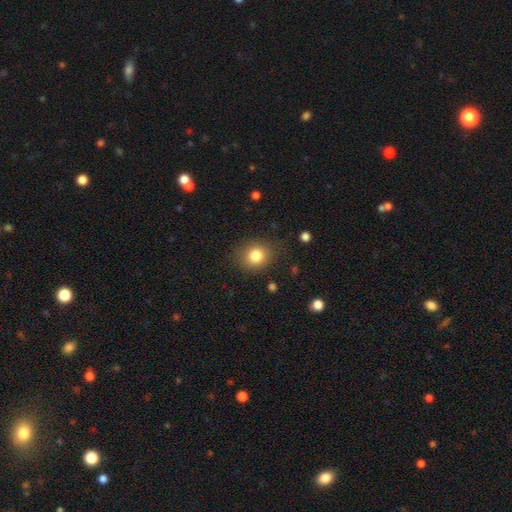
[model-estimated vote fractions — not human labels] Smooth or featured? smooth (83%)
How rounded? round (76%)
Merging? none (82%)